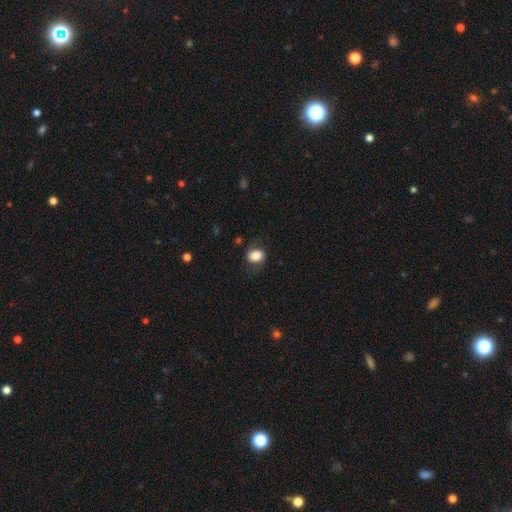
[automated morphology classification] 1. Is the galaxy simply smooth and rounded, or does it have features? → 82% smooth, 10% featured or disk, 8% star or artifact.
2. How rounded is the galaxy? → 52% in between, 47% round, 1% cigar-shaped.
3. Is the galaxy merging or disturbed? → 71% none, 19% minor disturbance, 8% major disturbance, 1% merger.